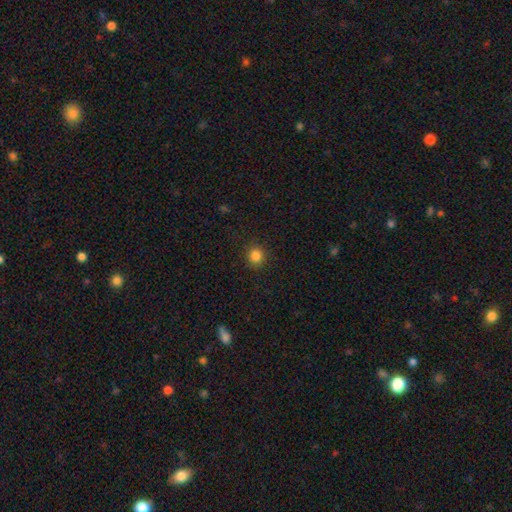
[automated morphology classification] smooth-or-featured: smooth: 84% | star or artifact: 12% | featured or disk: 4%
  how-rounded: round: 90% | in between: 9% | cigar-shaped: 1%
  merging: none: 90% | minor disturbance: 7% | major disturbance: 2% | merger: 1%